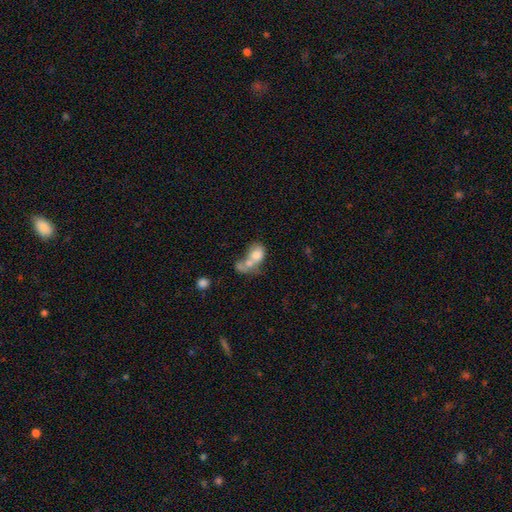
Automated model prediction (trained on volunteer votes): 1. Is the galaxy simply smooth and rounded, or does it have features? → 66% smooth, 24% featured or disk, 9% star or artifact.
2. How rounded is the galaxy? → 64% in between, 34% round, 2% cigar-shaped.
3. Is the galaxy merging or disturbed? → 70% merger, 14% none, 9% major disturbance, 7% minor disturbance.